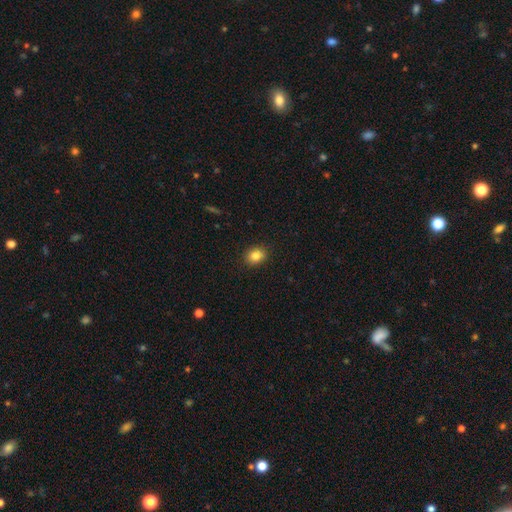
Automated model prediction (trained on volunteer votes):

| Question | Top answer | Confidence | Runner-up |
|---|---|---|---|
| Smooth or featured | smooth | 84% | star or artifact (10%) |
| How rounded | round | 50% | in between (49%) |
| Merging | none | 90% | minor disturbance (7%) |